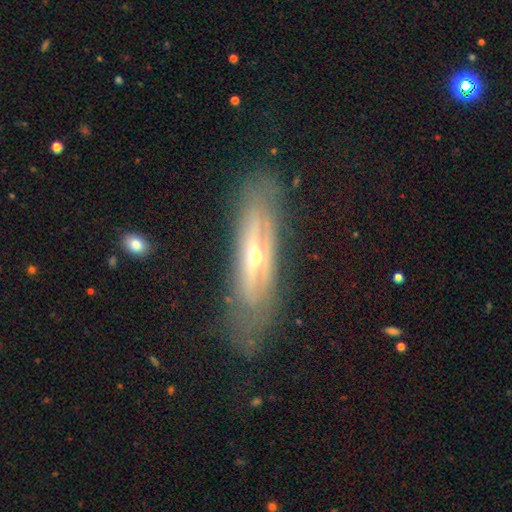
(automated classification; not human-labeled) This is likely a featured or disk galaxy (71%). It is likely viewed edge-on (61%). Merging: likely none (71%).